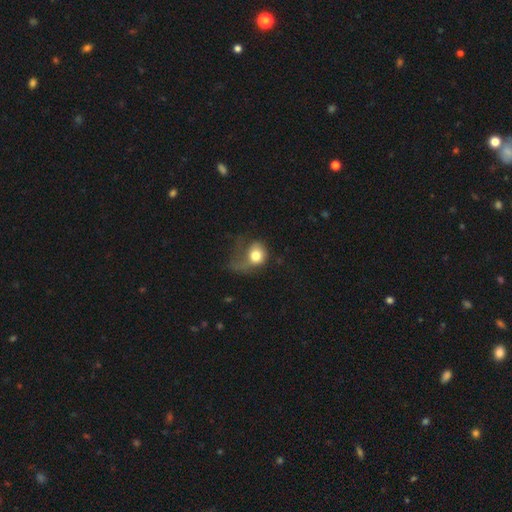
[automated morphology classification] smooth-or-featured: smooth: 68% | featured or disk: 23% | star or artifact: 9%
  how-rounded: round: 65% | in between: 34% | cigar-shaped: 1%
  merging: major disturbance: 57% | minor disturbance: 21% | none: 19% | merger: 4%